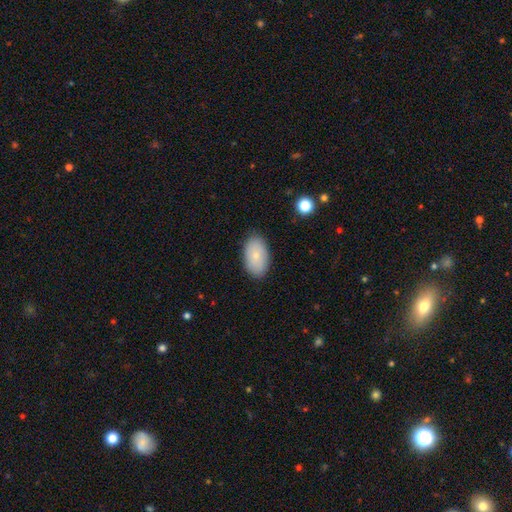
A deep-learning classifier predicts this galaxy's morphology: The model was most divided on "smooth or featured": smooth: 80%, featured or disk: 13%, star or artifact: 7%. More confident: how rounded — in between (94%); merging — none (86%).